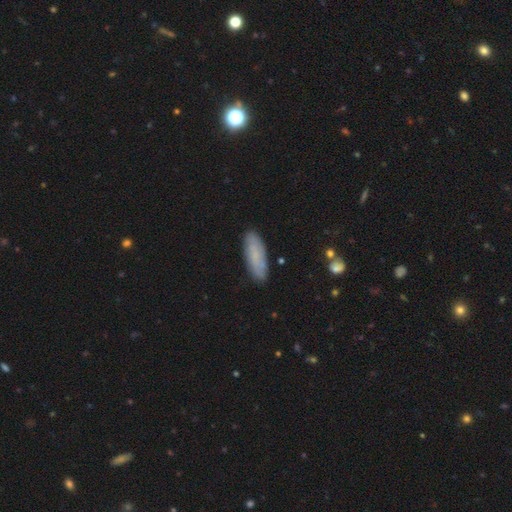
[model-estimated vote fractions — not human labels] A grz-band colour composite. It shows a smooth galaxy with no disk features (69%) that is in between round and cigar-shaped (60%). Merging: none (86%).